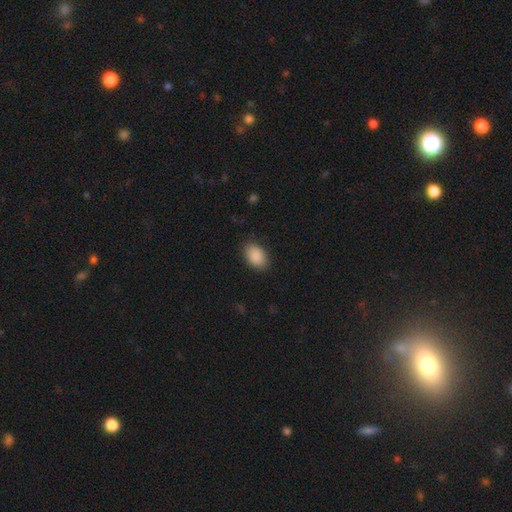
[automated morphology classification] This appears to be a smooth galaxy with no disk features (90%) that is in between round and cigar-shaped (87%). Merging: none (87%).